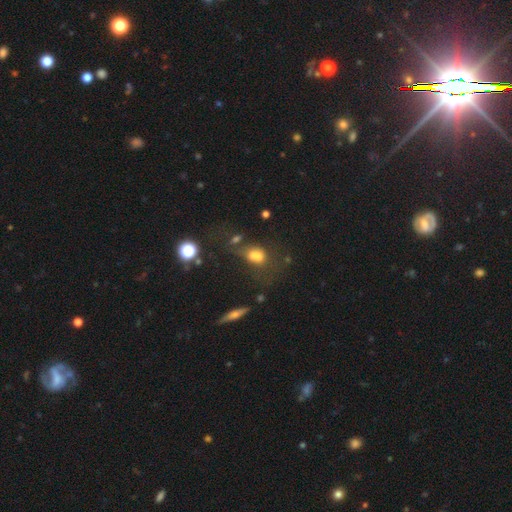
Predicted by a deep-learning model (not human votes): smooth 59%, featured or disk 21%, star or artifact 20%. Down the decision tree: how rounded — in between (57%); merging — merger (37%).